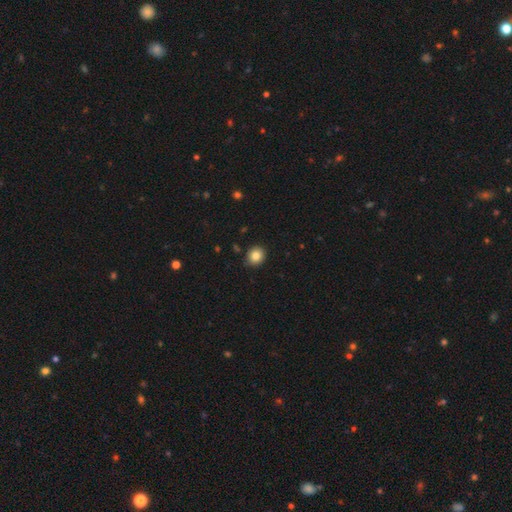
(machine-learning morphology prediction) Smooth or featured? smooth (84%)
How rounded? round (84%)
Merging? none (88%)